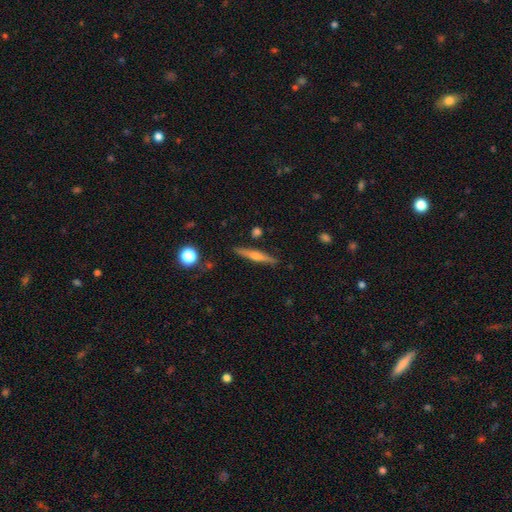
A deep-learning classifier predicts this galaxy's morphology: Smooth or featured: featured or disk — 68% (smooth — 25%)
Edge-on disk: yes — 97% (no — 3%)
Edge-on bulge: rounded — 89% (none — 7%)
Merging: none — 89% (minor disturbance — 8%)